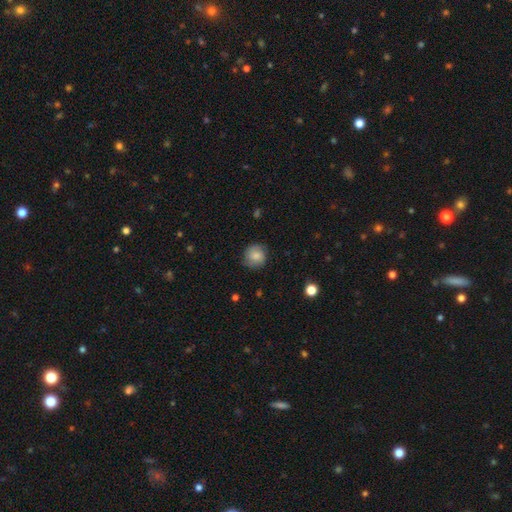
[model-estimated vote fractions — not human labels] Q: Smooth or featured?
A: smooth (75%); runner-up: featured or disk (16%)
Q: How rounded?
A: round (88%); runner-up: in between (11%)
Q: Merging?
A: none (80%); runner-up: minor disturbance (15%)